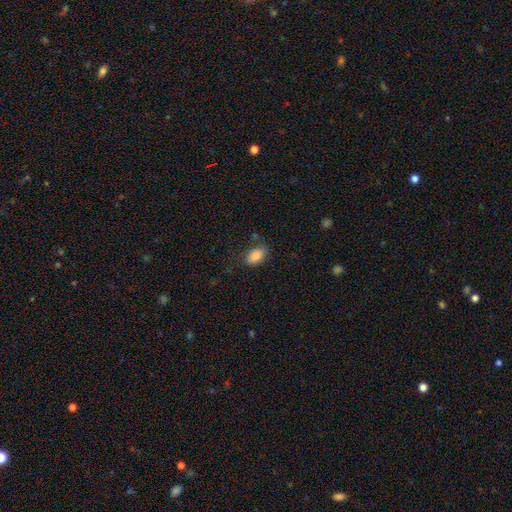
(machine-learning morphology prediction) smooth 83%, featured or disk 9%, star or artifact 8%. Down the decision tree: how rounded — in between (92%); merging — none (68%).